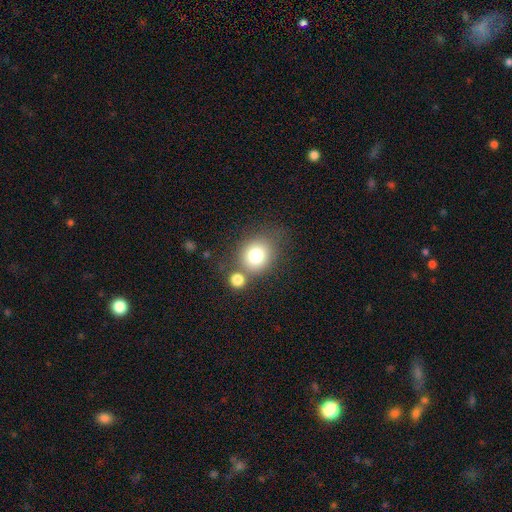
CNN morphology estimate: Overall: smooth (78%). How rounded: round (75%). Merging: none (58%; merger 23%).